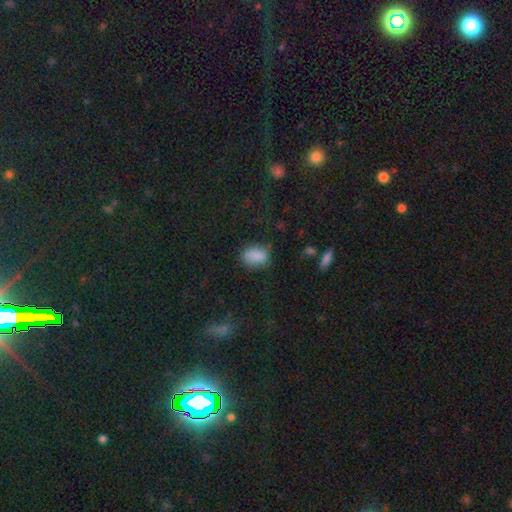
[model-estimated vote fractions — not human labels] Smooth or featured: smooth — 84% (star or artifact — 11%)
How rounded: in between — 78% (round — 20%)
Merging: none — 73% (minor disturbance — 19%)